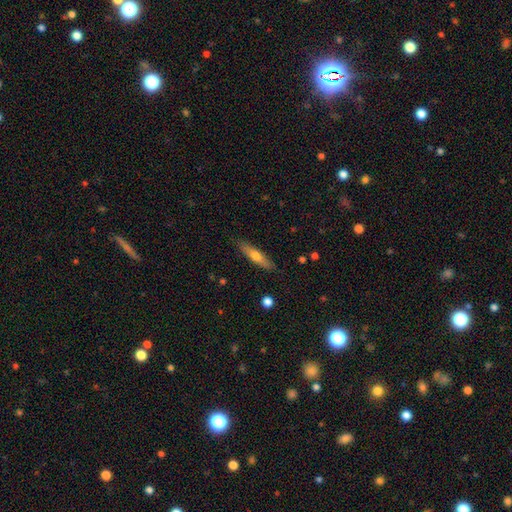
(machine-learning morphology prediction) Overall: smooth (55%; featured or disk 39%). How rounded: cigar-shaped (79%). Merging: none (87%).